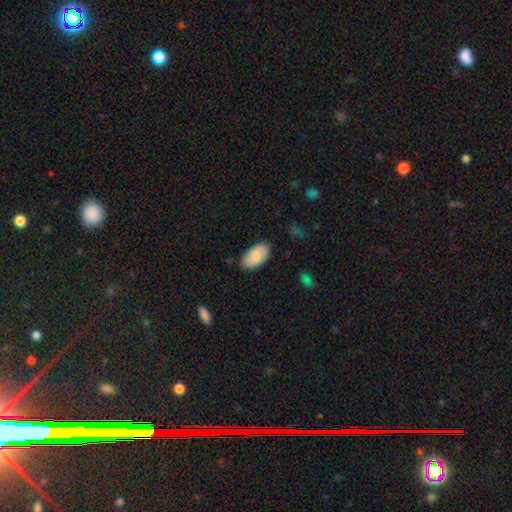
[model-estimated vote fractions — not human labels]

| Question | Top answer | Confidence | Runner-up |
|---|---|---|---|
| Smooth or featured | smooth | 80% | featured or disk (14%) |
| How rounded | in between | 95% | round (3%) |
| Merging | none | 81% | minor disturbance (15%) |